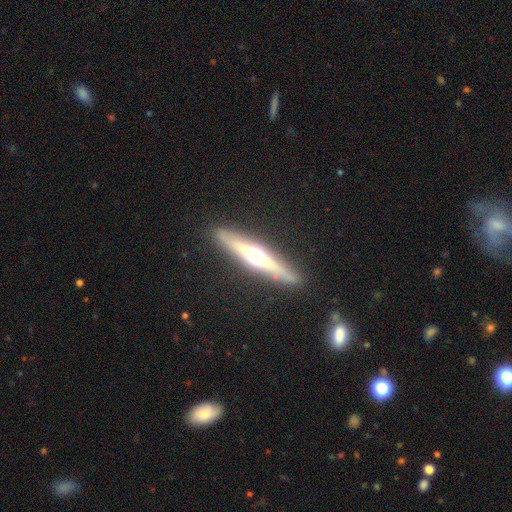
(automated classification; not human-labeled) Morphology: type=featured or disk (65%); edge-on=yes (93%); edge-on bulge=rounded (92%); merging=none (89%).